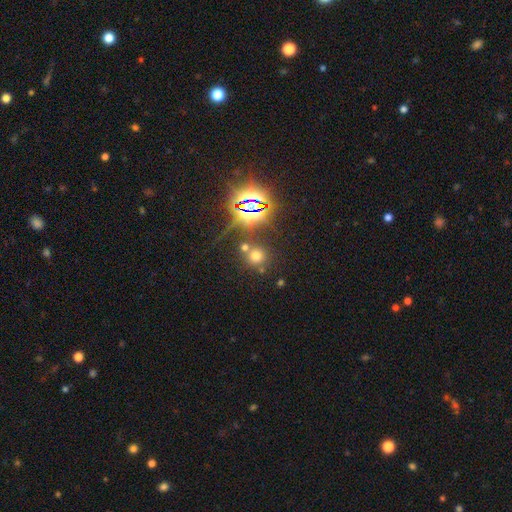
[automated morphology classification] The model was most divided on "smooth or featured": smooth: 57%, star or artifact: 34%, featured or disk: 9%. More confident: how rounded — round (90%); merging — none (67%).